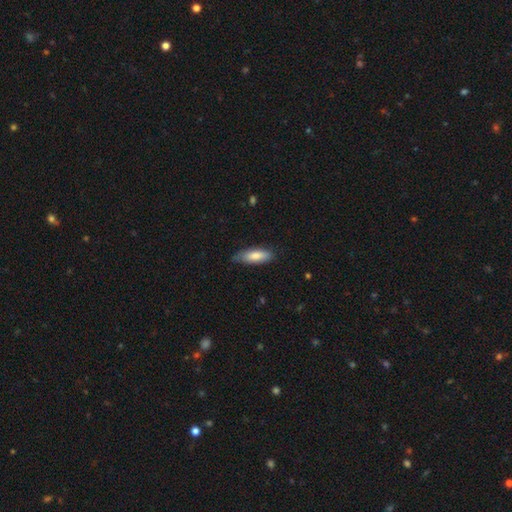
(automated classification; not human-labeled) This appears to be a smooth galaxy with no disk features (79%) that is in between round and cigar-shaped (61%). Merging: none (74%).